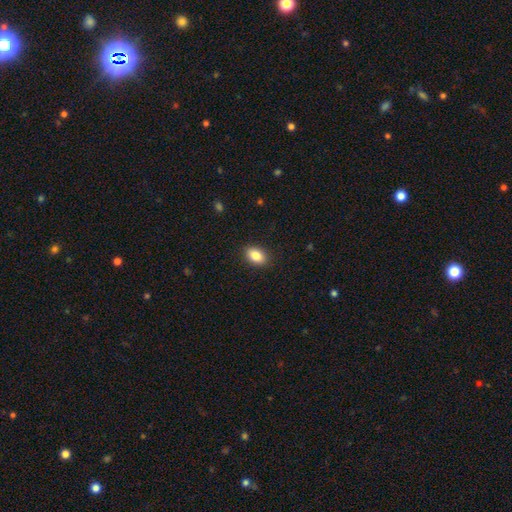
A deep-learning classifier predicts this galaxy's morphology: smooth_or_featured: smooth (p=0.86) [alt: star or artifact p=0.08]
how_rounded: in between (p=0.87) [alt: round p=0.12]
merging: none (p=0.89) [alt: minor disturbance p=0.08]